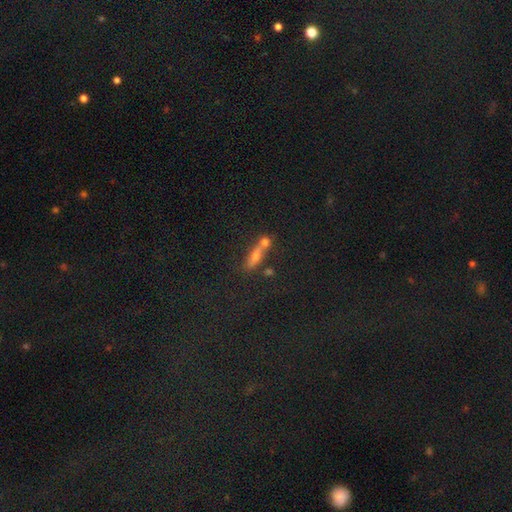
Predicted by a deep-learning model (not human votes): Overall: smooth (51%; featured or disk 30%). How rounded: cigar-shaped (47%; in between 41%). Merging: merger (44%; none 40%).